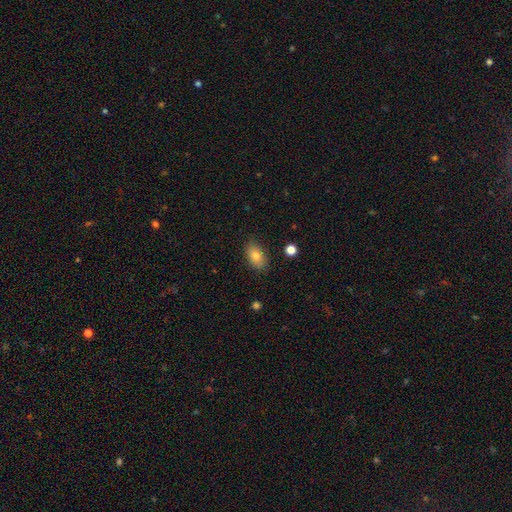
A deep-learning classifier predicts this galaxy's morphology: Overall: smooth (80%). How rounded: in between (90%). Merging: none (85%).